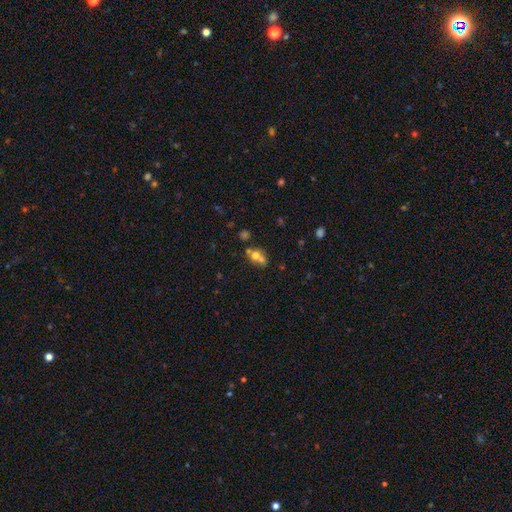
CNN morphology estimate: A smooth galaxy with no disk features (59%) that is round (62%). Merging: merger (58%).